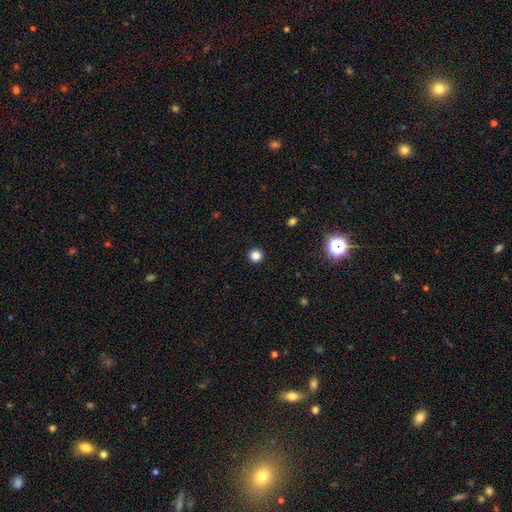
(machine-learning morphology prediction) Overall: smooth (84%). How rounded: round (95%). Merging: none (93%).